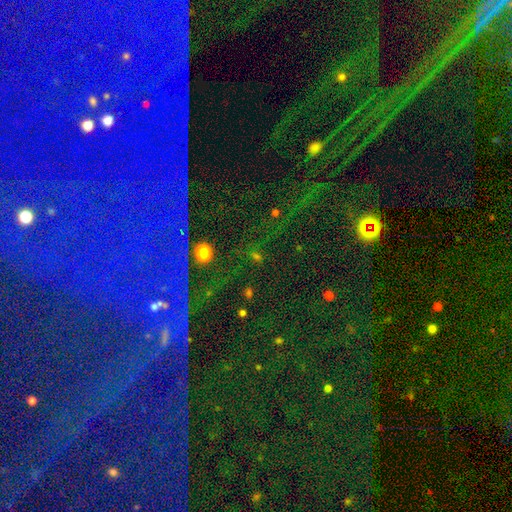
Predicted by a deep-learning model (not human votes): smooth_or_featured: star or artifact (p=0.55) [alt: smooth p=0.29]